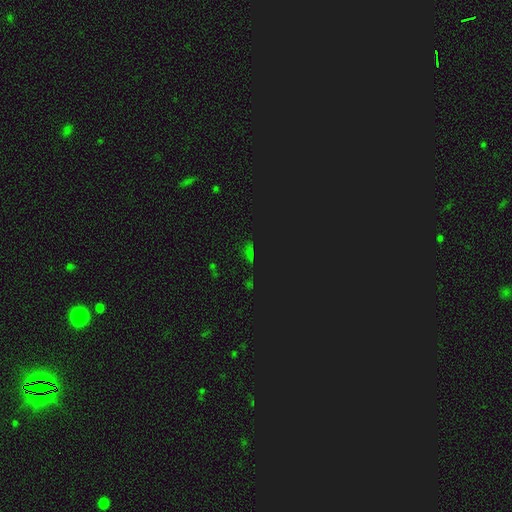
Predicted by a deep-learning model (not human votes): Smooth or featured?
  - star or artifact: 72% *
  - smooth: 21%
  - featured or disk: 7%